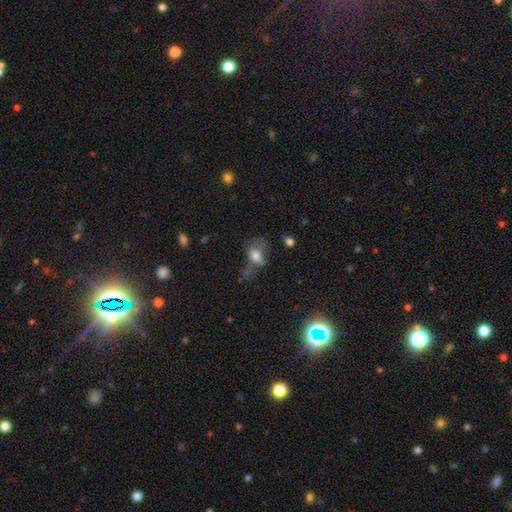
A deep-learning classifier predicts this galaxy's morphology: This appears to be a smooth galaxy with no disk features (65%) that is in between round and cigar-shaped (79%). Merging: major disturbance (41%).